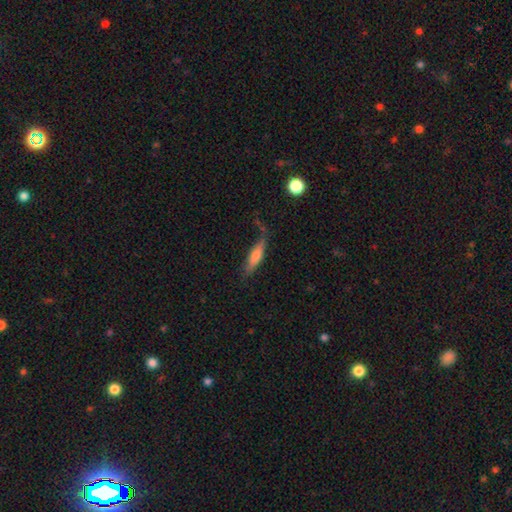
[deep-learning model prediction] Smooth or featured? smooth (64%)
How rounded? cigar-shaped (71%)
Merging? none (62%)